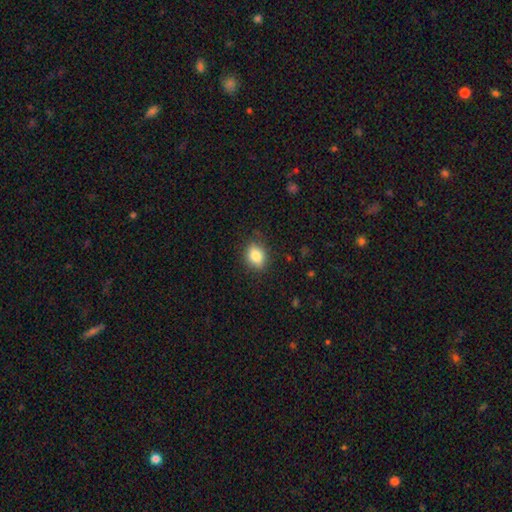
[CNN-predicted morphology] Overall: smooth (83%). How rounded: in between (60%; round 38%). Merging: none (82%).